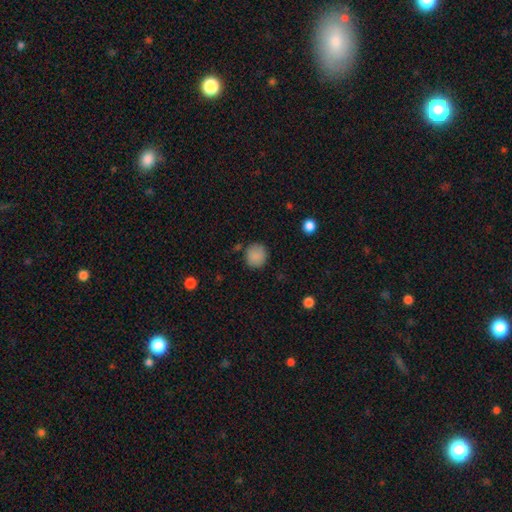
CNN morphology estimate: A smooth galaxy with no disk features (87%) that is round (88%). Merging: none (84%).